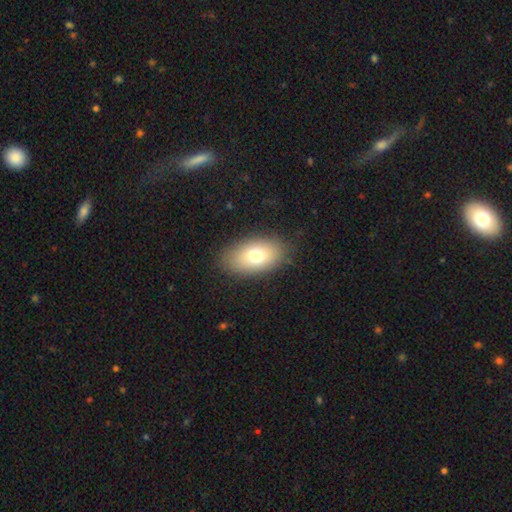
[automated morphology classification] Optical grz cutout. It shows a smooth galaxy with no disk features (74%) that is in between round and cigar-shaped (90%). Merging: none (84%).